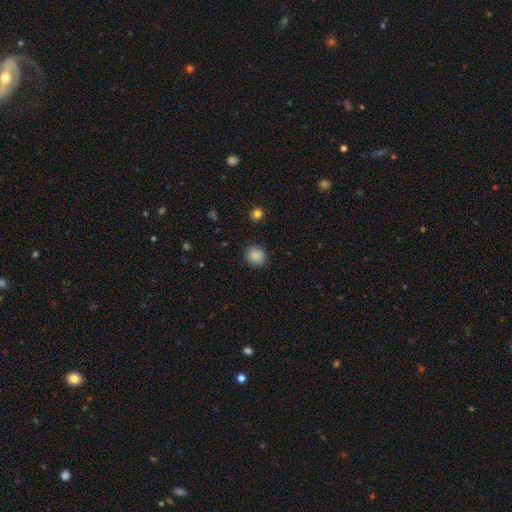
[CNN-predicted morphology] A smooth galaxy with no disk features (87%) that is round (83%).

Vote fractions:
- Smooth or featured? smooth: 87% / star or artifact: 9% / featured or disk: 4%
- How rounded? round: 83% / in between: 16% / cigar-shaped: 1%
- Merging? none: 85% / minor disturbance: 11% / major disturbance: 3% / merger: 1%